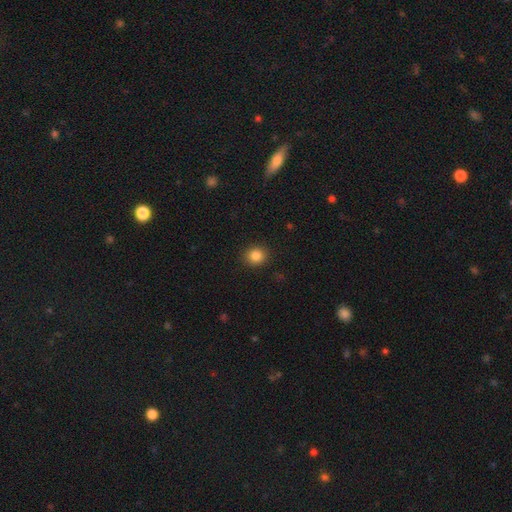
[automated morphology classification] This is clearly a smooth galaxy (85%). How rounded: clearly round (83%). Merging: clearly none (90%).